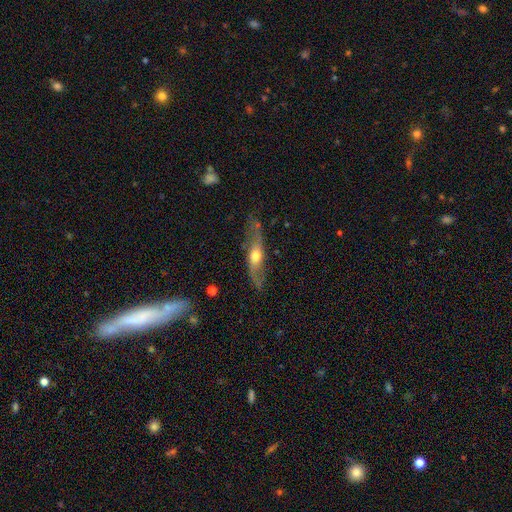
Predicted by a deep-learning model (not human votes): A featured or disk galaxy (58%) viewed edge-on (57%).

Vote fractions:
- Smooth or featured? featured or disk: 58% / smooth: 36% / star or artifact: 6%
- Edge-on disk? yes: 57% / no: 43%
- Merging? none: 68% / minor disturbance: 21% / major disturbance: 8% / merger: 3%